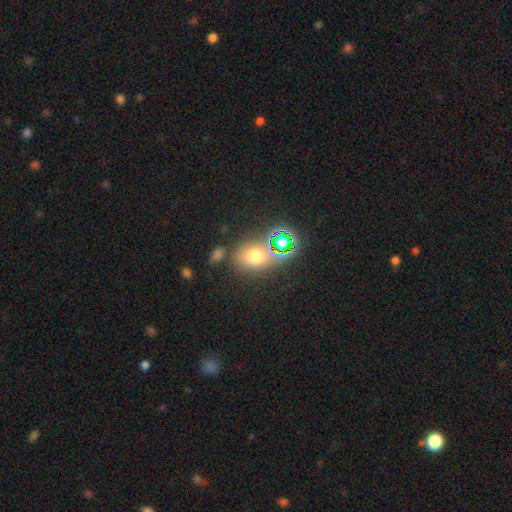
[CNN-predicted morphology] A smooth galaxy with no disk features (62%) that is in between round and cigar-shaped (52%). Merging: none (69%).